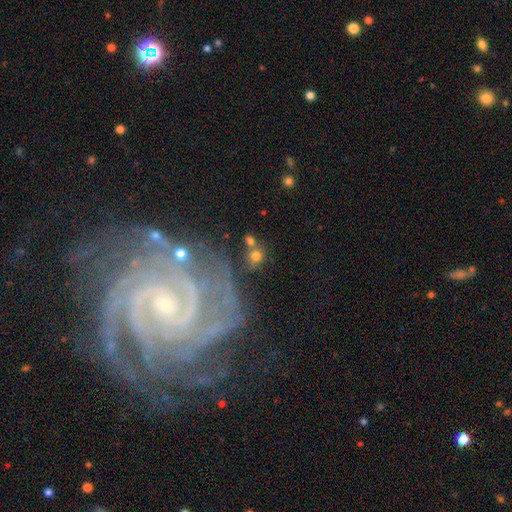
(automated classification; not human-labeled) Overall: smooth (66%). How rounded: round (81%). Merging: none (61%).